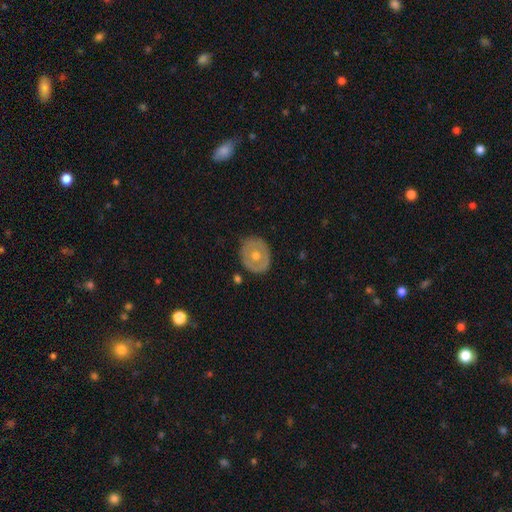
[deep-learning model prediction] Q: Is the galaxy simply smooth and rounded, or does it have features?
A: featured or disk — 49%.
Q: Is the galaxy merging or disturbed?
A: none — 81%.